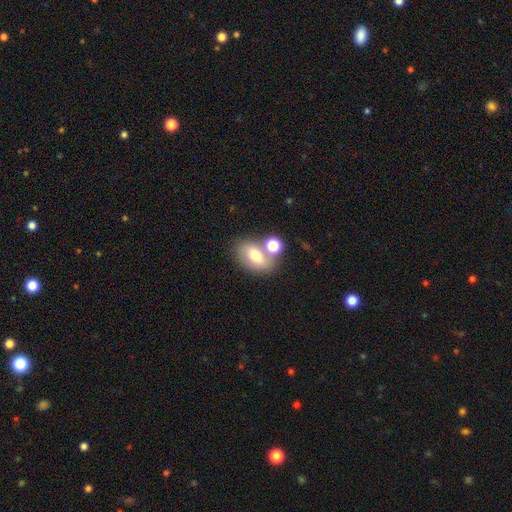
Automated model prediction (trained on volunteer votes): Smooth or featured? smooth (70%)
How rounded? in between (79%)
Merging? none (51%)